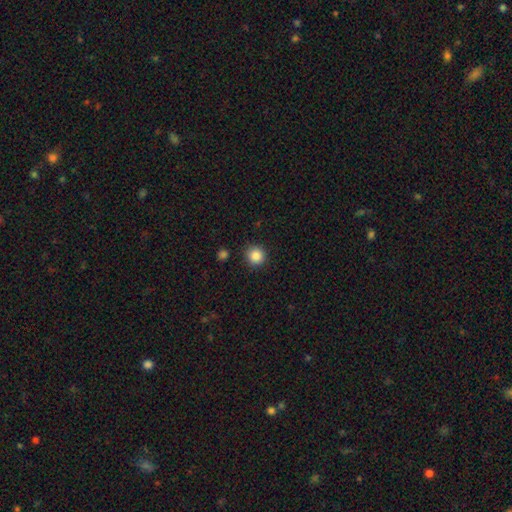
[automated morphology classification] A smooth galaxy with no disk features (87%) that is round (93%). Merging: none (89%).